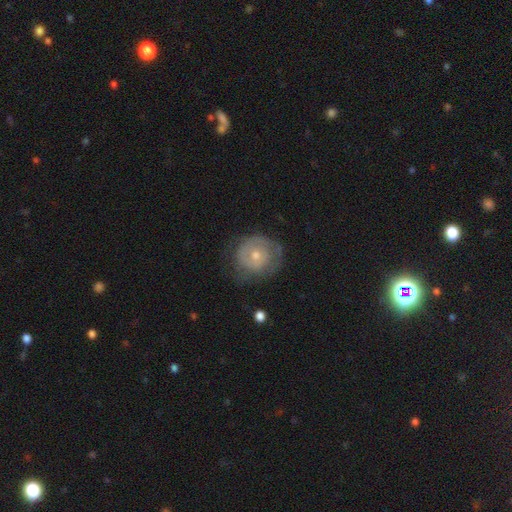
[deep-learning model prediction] The model was most divided on "bulge size": small: 53%, moderate: 43%, large: 2%, none: 1%, dominant: 1%. More confident: edge-on disk — no (97%); bar — no (82%); merging — none (65%); spiral arms — yes (64%); smooth or featured — featured or disk (58%).